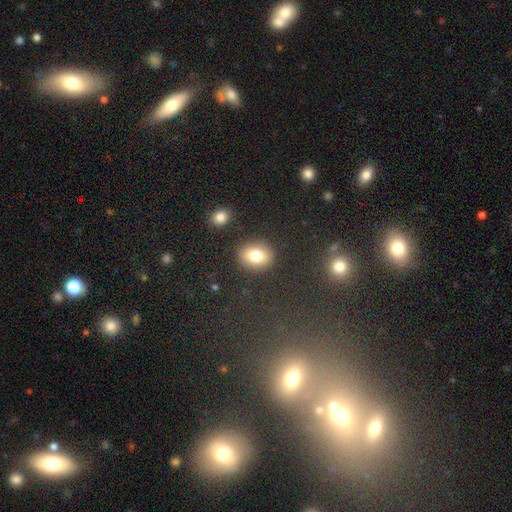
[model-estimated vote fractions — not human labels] Smooth or featured?
  - smooth: 78% *
  - featured or disk: 11%
  - star or artifact: 11%
How rounded?
  - round: 52% *
  - in between: 46%
  - cigar-shaped: 1%
Merging?
  - none: 85% *
  - minor disturbance: 9%
  - major disturbance: 3%
  - merger: 3%